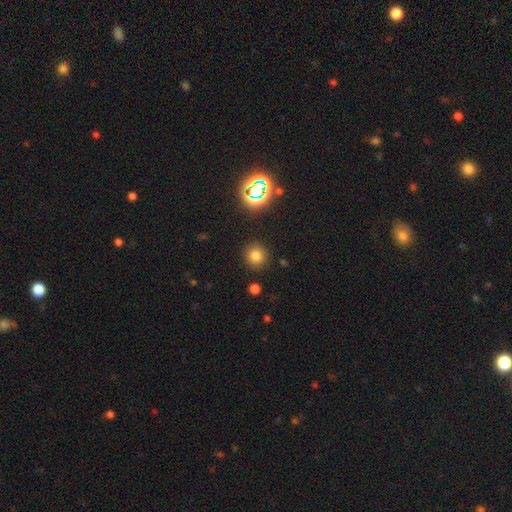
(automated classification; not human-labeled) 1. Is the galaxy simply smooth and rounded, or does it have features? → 76% smooth, 18% star or artifact, 6% featured or disk.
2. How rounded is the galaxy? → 91% round, 8% in between, 1% cigar-shaped.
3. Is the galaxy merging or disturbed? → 90% none, 6% minor disturbance, 2% major disturbance, 2% merger.